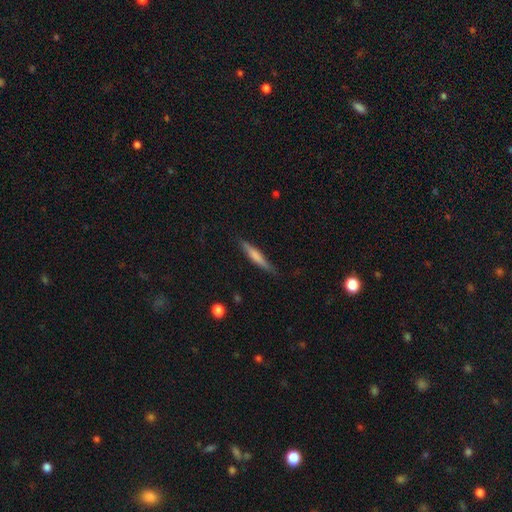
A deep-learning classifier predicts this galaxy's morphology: A smooth galaxy with no disk features (59%) that is cigar-shaped (91%). Merging: none (83%).